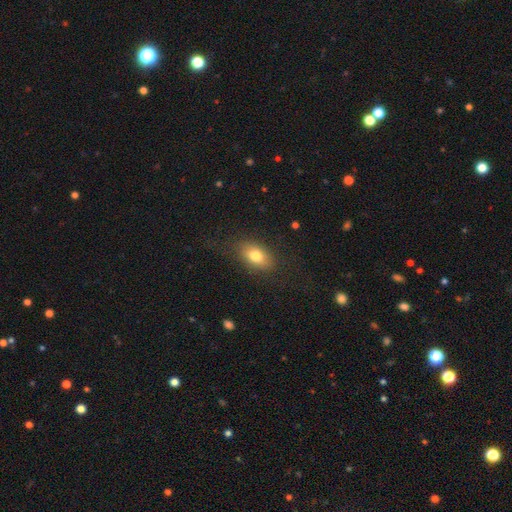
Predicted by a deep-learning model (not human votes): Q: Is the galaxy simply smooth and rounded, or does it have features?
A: smooth — 78%.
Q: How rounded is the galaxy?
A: in between — 85%.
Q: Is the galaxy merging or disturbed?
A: none — 79%.